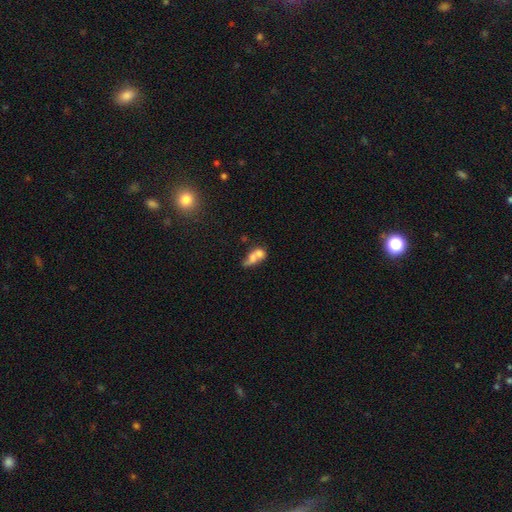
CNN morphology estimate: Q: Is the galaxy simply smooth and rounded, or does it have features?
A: smooth — 59%.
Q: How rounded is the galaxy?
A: in between — 62%.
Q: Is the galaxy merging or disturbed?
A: merger — 66%.